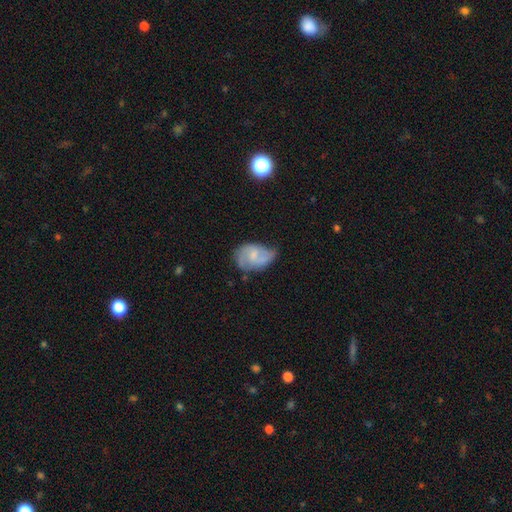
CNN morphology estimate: The model was most divided on "bar": no: 47%, weak: 45%, strong: 8%. Remaining: edge-on disk — no (97%); spiral arms — yes (78%); smooth or featured — featured or disk (54%); merging — none (42%); bulge size — small (40%).